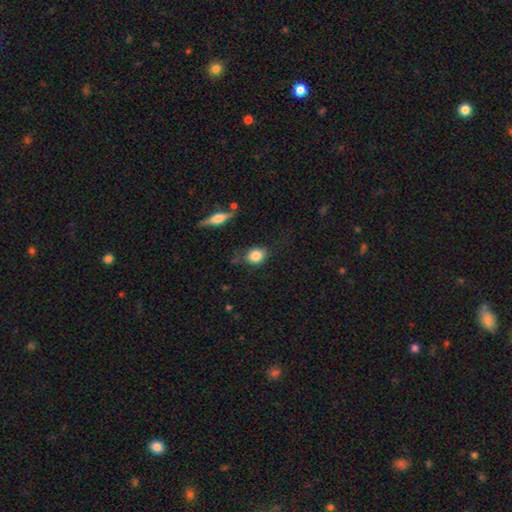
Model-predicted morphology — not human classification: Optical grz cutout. It shows a smooth galaxy with no disk features (83%) that is round (57%). Merging: none (71%).